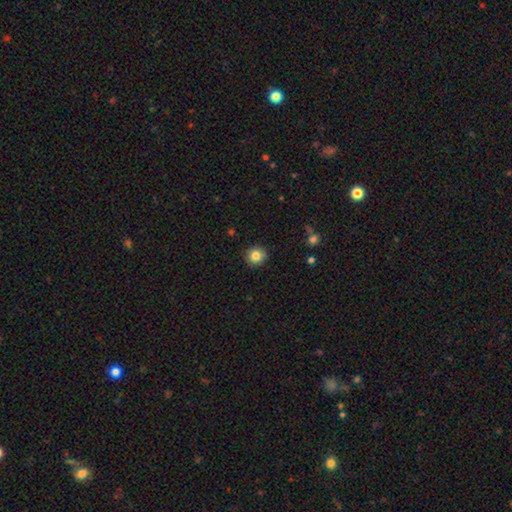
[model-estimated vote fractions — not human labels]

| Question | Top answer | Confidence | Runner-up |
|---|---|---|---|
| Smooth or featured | smooth | 83% | star or artifact (10%) |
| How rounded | round | 92% | in between (7%) |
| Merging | none | 90% | minor disturbance (7%) |